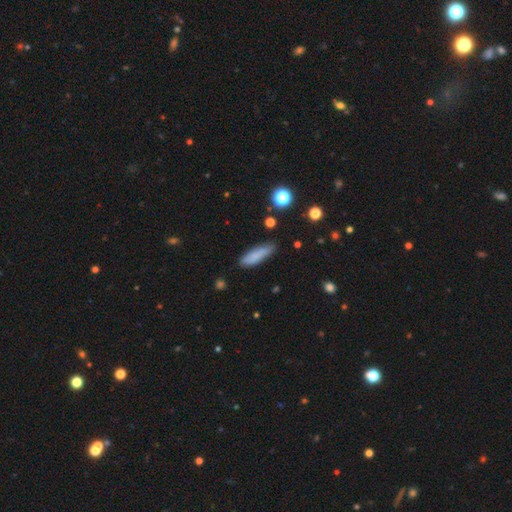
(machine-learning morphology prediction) A smooth galaxy with no disk features (82%) that is cigar-shaped (58%). Merging: none (80%).